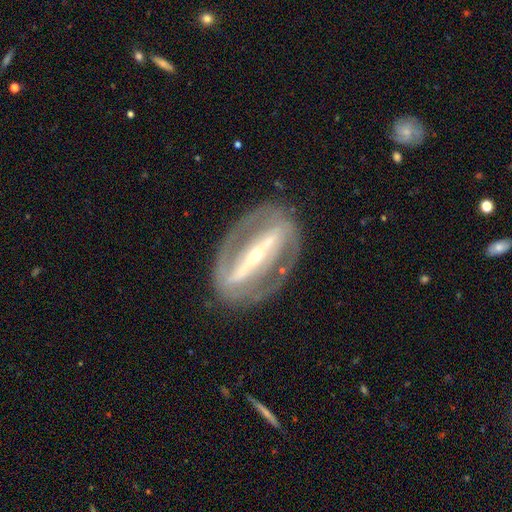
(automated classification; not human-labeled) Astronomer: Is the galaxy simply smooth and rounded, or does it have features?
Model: featured or disk — 86%.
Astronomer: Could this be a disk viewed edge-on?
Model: no — 82%.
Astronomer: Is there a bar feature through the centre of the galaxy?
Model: strong — 86%.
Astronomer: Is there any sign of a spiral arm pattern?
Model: yes — 63%.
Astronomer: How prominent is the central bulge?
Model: small — 65%.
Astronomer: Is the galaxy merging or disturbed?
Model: none — 80%.